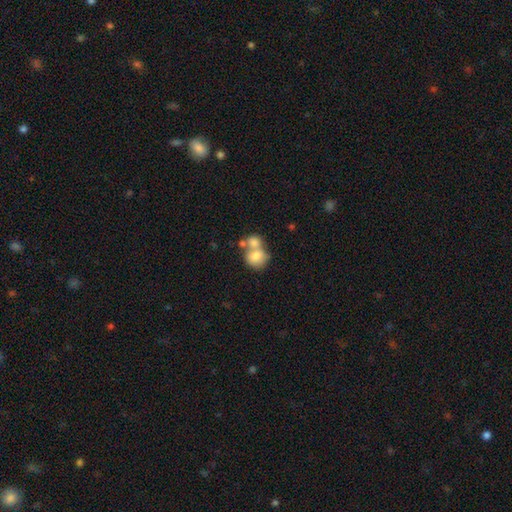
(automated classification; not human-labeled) smooth-or-featured: smooth: 74% | featured or disk: 17% | star or artifact: 8%
  how-rounded: round: 68% | in between: 31% | cigar-shaped: 1%
  merging: merger: 61% | none: 26% | minor disturbance: 8% | major disturbance: 4%